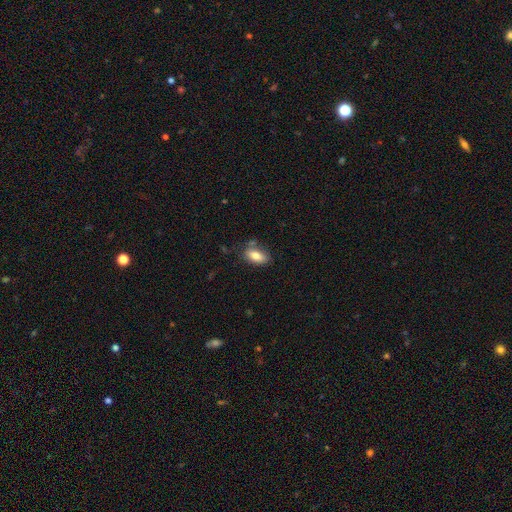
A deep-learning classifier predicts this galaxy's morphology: A smooth galaxy with no disk features (81%) that is in between round and cigar-shaped (89%).

Vote fractions:
- Smooth or featured? smooth: 81% / featured or disk: 12% / star or artifact: 7%
- How rounded? in between: 89% / cigar-shaped: 8% / round: 4%
- Merging? none: 69% / minor disturbance: 19% / merger: 7% / major disturbance: 5%